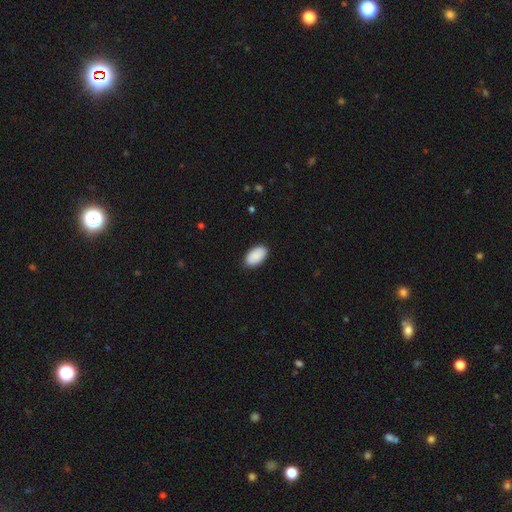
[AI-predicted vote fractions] Overall: smooth (91%). How rounded: in between (95%). Merging: none (88%).